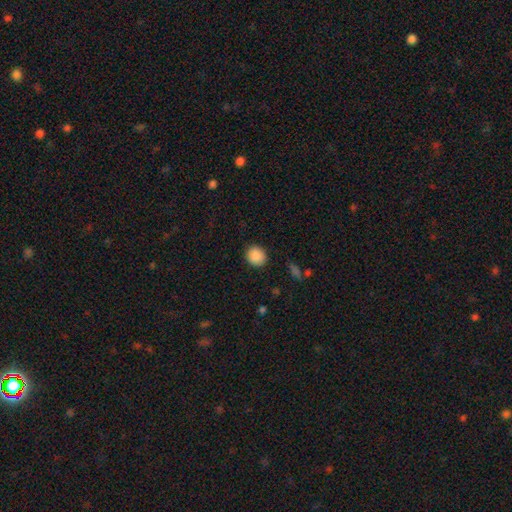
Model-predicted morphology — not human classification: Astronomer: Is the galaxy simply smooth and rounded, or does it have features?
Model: smooth — 88%.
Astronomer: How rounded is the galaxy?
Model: round — 79%.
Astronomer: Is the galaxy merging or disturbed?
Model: none — 89%.